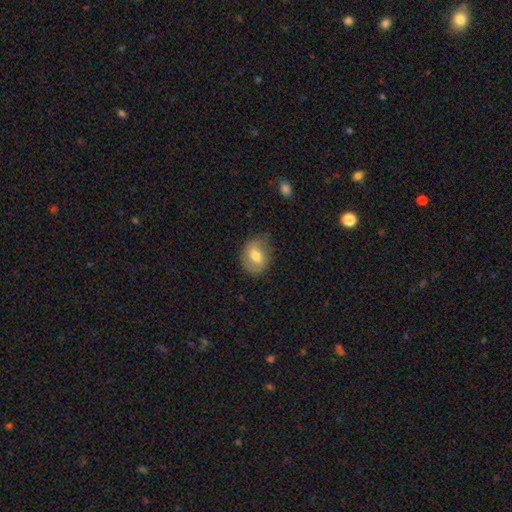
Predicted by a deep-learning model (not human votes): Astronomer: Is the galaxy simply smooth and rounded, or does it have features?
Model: smooth — 66%.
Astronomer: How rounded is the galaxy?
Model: in between — 51% (runner-up: round, 48%).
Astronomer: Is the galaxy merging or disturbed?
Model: none — 61%.